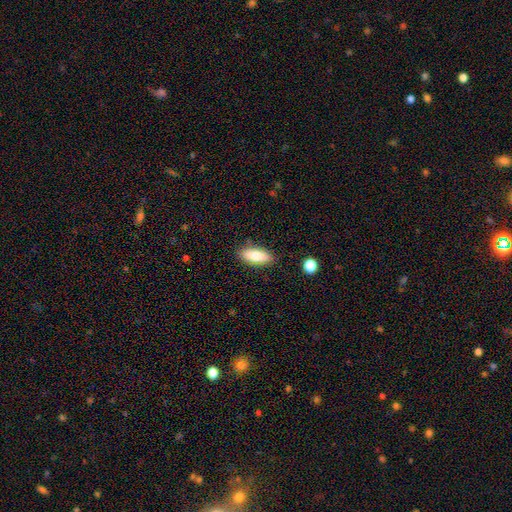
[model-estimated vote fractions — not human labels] Smooth or featured? smooth (81%)
How rounded? in between (83%)
Merging? none (84%)